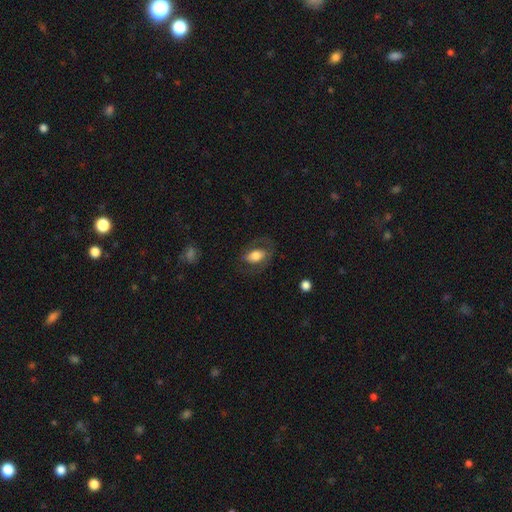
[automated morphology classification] Smooth or featured? smooth (57%)
How rounded? in between (87%)
Merging? none (67%)